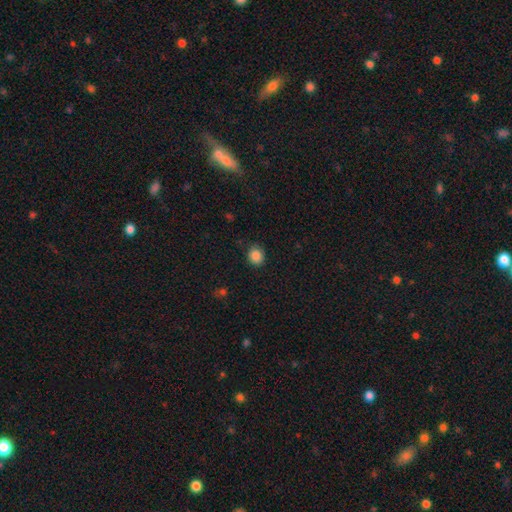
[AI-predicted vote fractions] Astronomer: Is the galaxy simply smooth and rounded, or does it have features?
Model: smooth — 86%.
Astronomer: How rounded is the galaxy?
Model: round — 74%.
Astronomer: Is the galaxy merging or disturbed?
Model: none — 83%.